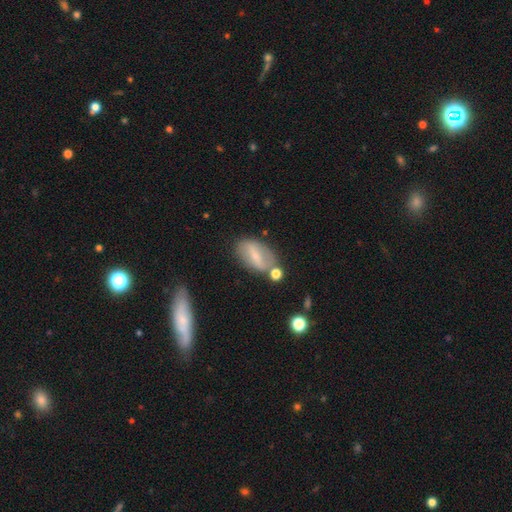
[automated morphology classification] This is possibly a smooth galaxy (52%). How rounded: clearly in between (87%). Merging: likely none (65%).